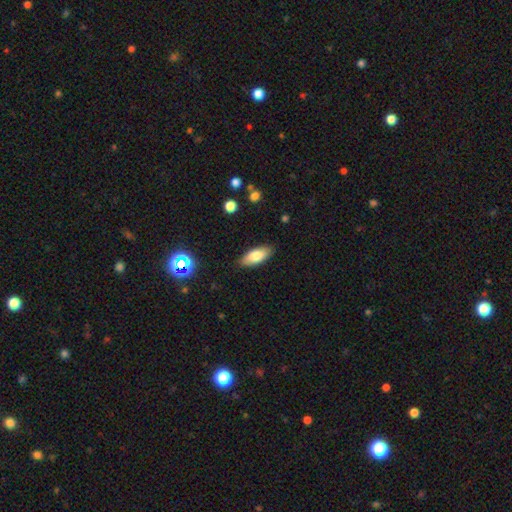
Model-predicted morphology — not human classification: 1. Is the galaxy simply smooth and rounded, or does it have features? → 80% smooth, 12% featured or disk, 7% star or artifact.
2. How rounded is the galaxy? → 83% in between, 15% cigar-shaped, 2% round.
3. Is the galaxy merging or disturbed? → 86% none, 10% minor disturbance, 2% major disturbance, 1% merger.